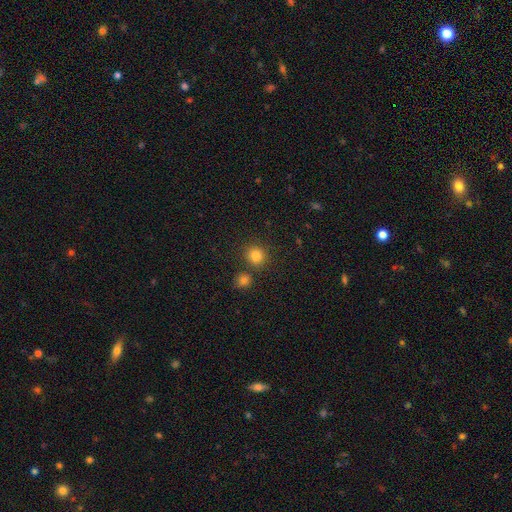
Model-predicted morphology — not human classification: Smooth or featured? Predicted: smooth (p=0.82). How rounded? Predicted: round (p=0.85). Merging? Predicted: none (p=0.77).